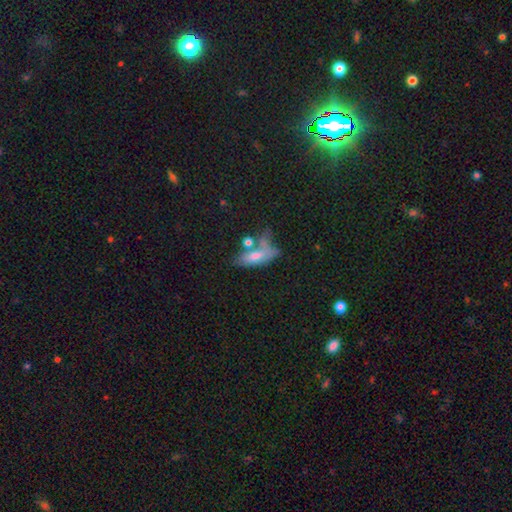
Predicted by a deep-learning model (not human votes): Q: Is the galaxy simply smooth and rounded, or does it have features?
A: smooth — 61%.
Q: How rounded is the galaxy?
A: in between — 61%.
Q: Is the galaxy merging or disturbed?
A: none — 40%.